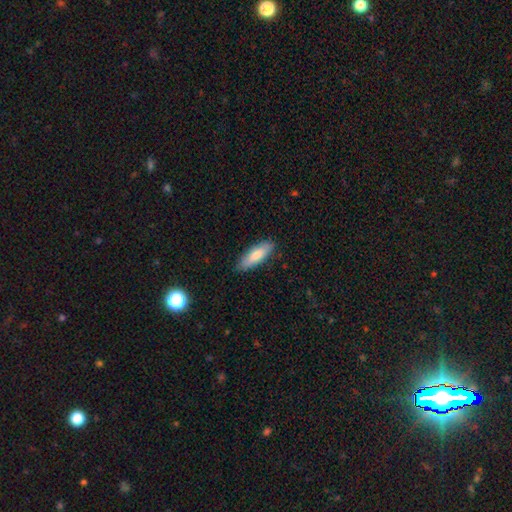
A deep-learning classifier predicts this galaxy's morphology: Smooth or featured? Predicted: smooth (p=0.77). How rounded? Predicted: in between (p=0.52). Merging? Predicted: none (p=0.85).